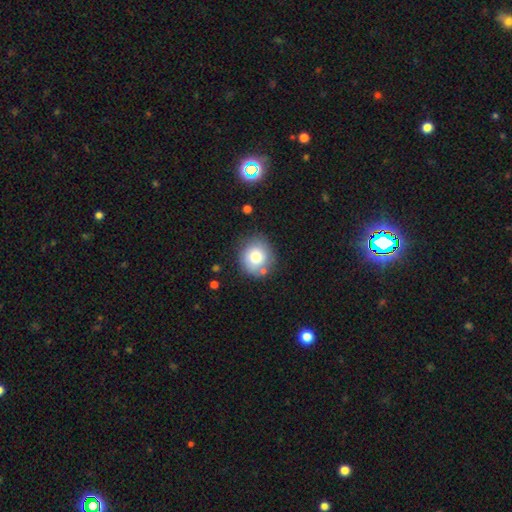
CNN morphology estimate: This appears to be a smooth galaxy with no disk features (77%) that is round (82%). Merging: none (76%).